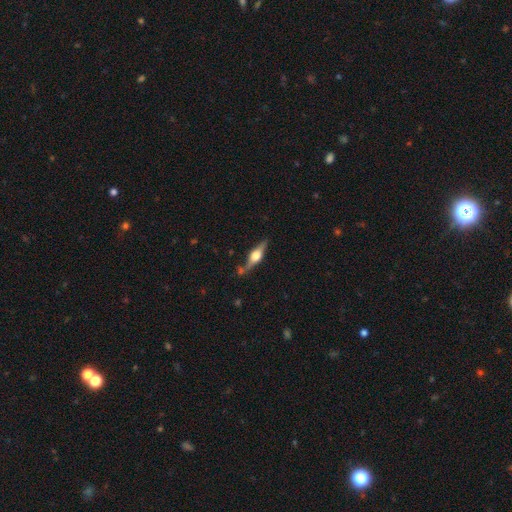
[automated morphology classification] Overall: featured or disk (71%). Edge-on disk: yes (95%). Edge-on bulge: rounded (93%). Merging: none (73%).